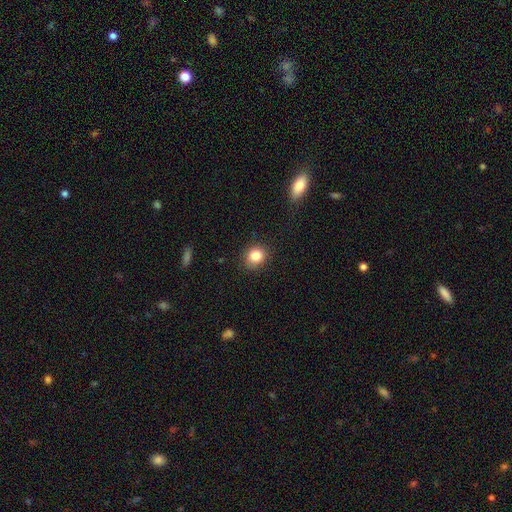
smooth_or_featured: smooth (p=0.88) [alt: star or artifact p=0.07]
how_rounded: round (p=0.74) [alt: in between p=0.26]
merging: none (p=0.84) [alt: minor disturbance p=0.08]